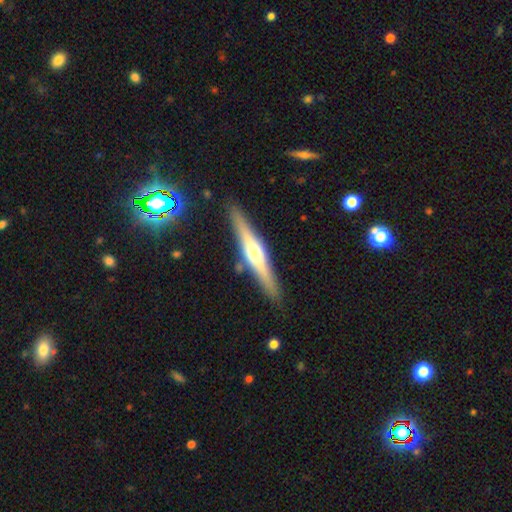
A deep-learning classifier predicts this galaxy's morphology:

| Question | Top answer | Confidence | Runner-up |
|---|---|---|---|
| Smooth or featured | featured or disk | 69% | smooth (25%) |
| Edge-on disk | yes | 97% | no (3%) |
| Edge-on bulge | rounded | 87% | boxy (7%) |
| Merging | none | 88% | minor disturbance (8%) |